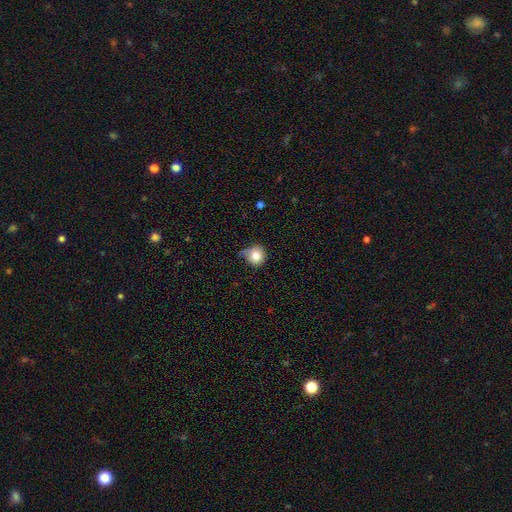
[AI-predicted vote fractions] Q: Smooth or featured?
A: smooth (81%); runner-up: star or artifact (10%)
Q: How rounded?
A: round (91%); runner-up: in between (8%)
Q: Merging?
A: none (55%); runner-up: minor disturbance (31%)